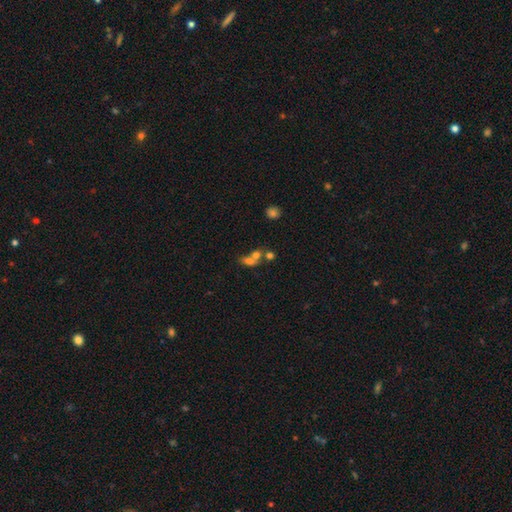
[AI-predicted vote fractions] A smooth galaxy with no disk features (64%) that is round (52%). Merging: merger (61%).